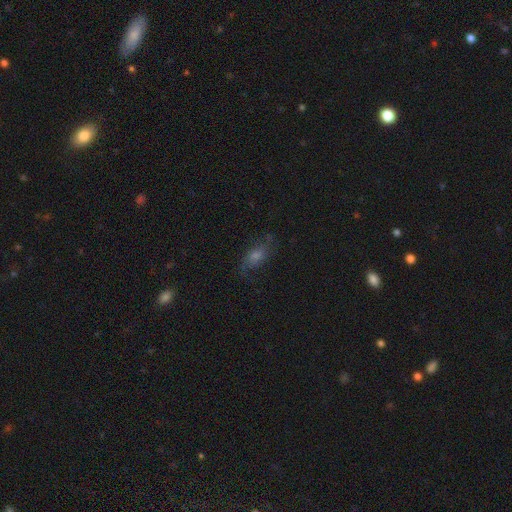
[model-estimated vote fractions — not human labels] Smooth or featured?
  - featured or disk: 44% *
  - smooth: 35%
  - star or artifact: 21%
Merging?
  - none: 69% *
  - minor disturbance: 19%
  - major disturbance: 10%
  - merger: 2%